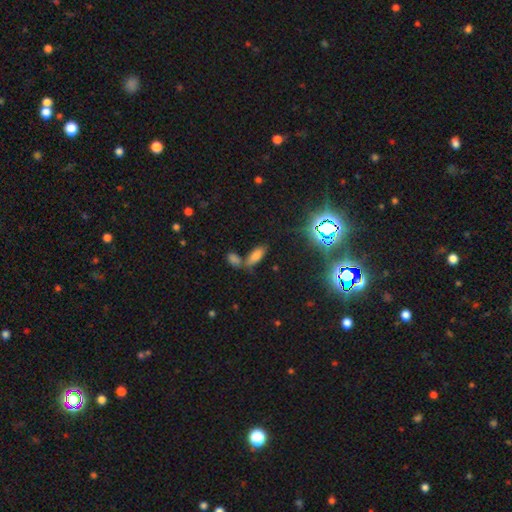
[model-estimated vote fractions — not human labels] The model was most divided on "merging": none: 53%, merger: 31%, minor disturbance: 12%, major disturbance: 5%. More confident: how rounded — in between (75%); smooth or featured — smooth (70%).